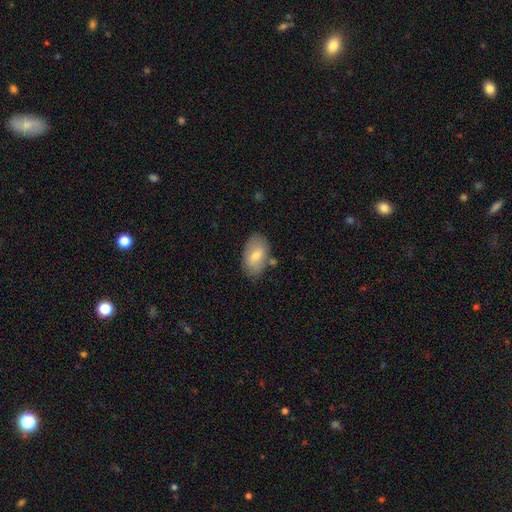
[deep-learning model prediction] Q: Smooth or featured?
A: smooth (68%); runner-up: featured or disk (25%)
Q: How rounded?
A: in between (92%); runner-up: round (6%)
Q: Merging?
A: none (76%); runner-up: minor disturbance (15%)